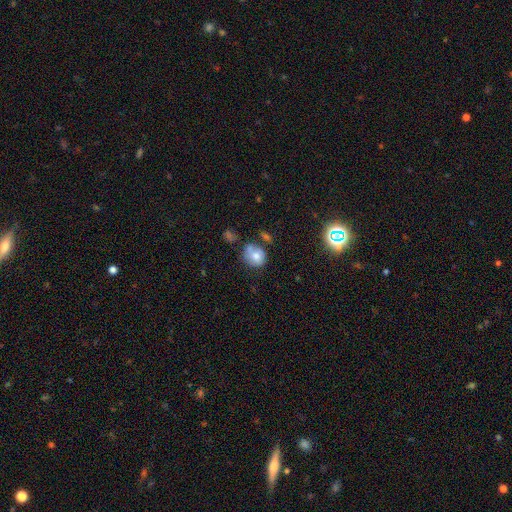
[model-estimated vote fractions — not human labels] Smooth or featured? smooth (71%)
How rounded? round (68%)
Merging? none (47%)